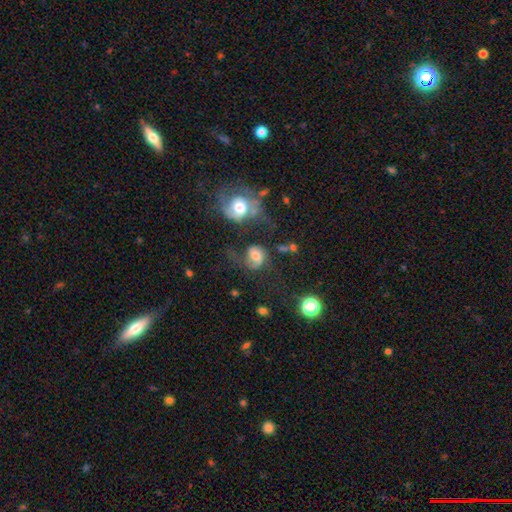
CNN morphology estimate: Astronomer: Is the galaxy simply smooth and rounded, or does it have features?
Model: featured or disk — 51% (runner-up: smooth, 38%).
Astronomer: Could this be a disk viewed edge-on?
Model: no — 97%.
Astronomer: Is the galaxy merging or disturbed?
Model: none — 41% (runner-up: major disturbance, 25%).